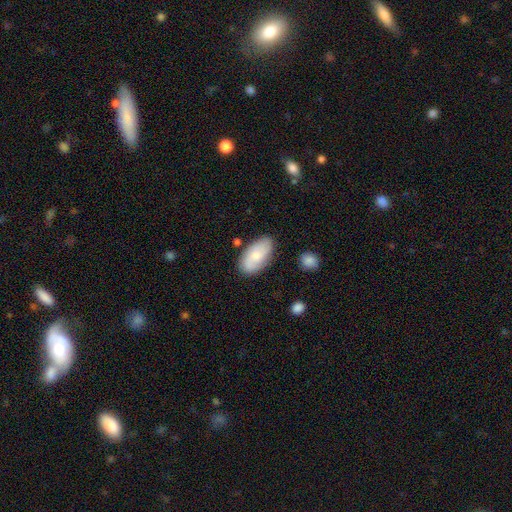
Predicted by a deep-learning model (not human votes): smooth 63%, featured or disk 31%, star or artifact 6%. Down the decision tree: how rounded — in between (93%); merging — none (78%).